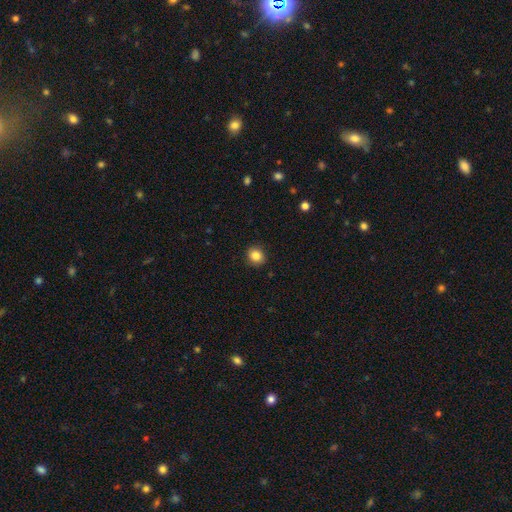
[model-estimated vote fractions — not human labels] This appears to be a smooth galaxy with no disk features (85%) that is round (81%). Merging: none (90%).